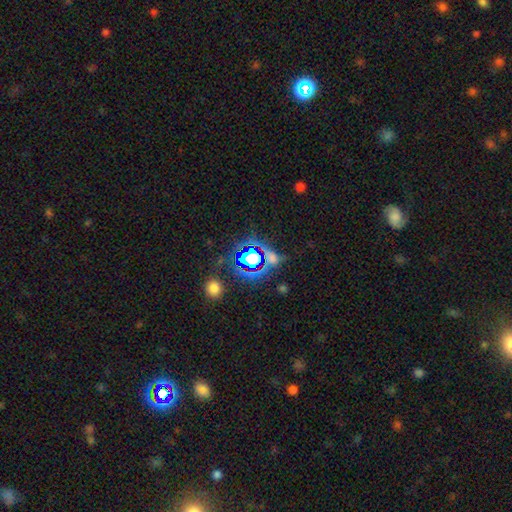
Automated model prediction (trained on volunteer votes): Smooth or featured? star or artifact (69%)